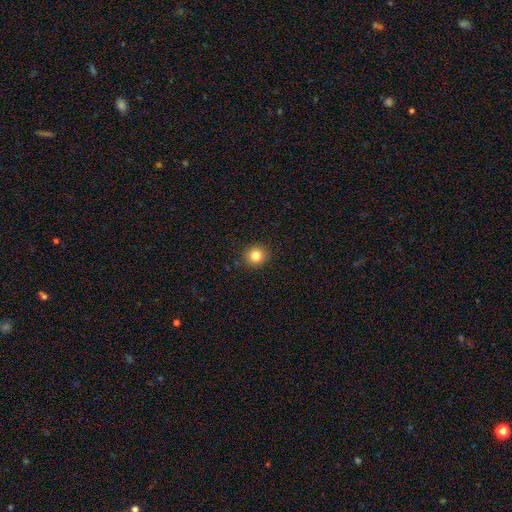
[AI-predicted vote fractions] This appears to be a smooth galaxy with no disk features (83%) that is round (90%). Merging: none (91%).